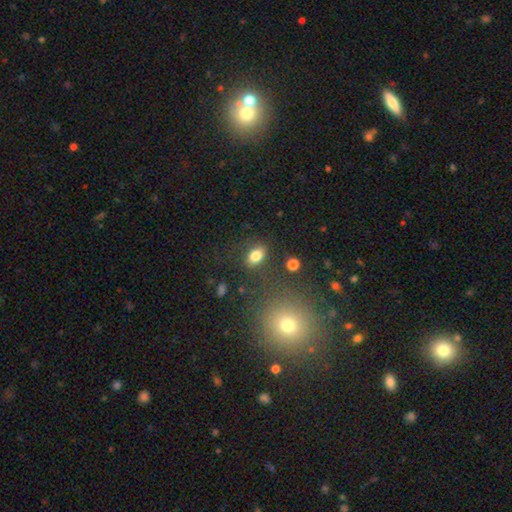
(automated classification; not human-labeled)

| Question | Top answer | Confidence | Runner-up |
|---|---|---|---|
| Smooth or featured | smooth | 82% | star or artifact (10%) |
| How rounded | in between | 83% | round (15%) |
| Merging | none | 79% | minor disturbance (13%) |